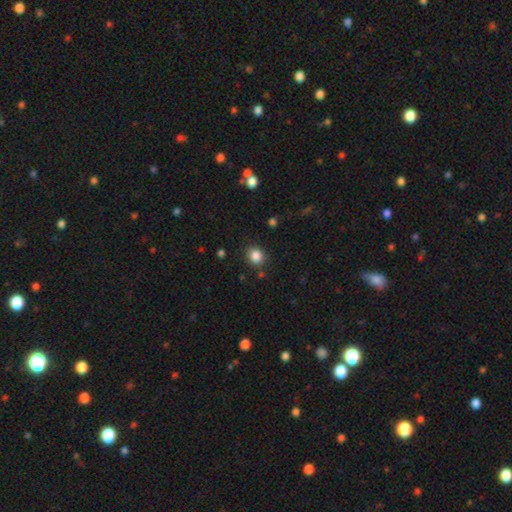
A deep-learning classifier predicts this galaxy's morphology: smooth-or-featured: smooth: 85% | star or artifact: 11% | featured or disk: 4%
  how-rounded: round: 73% | in between: 26% | cigar-shaped: 1%
  merging: none: 84% | minor disturbance: 10% | major disturbance: 3% | merger: 3%